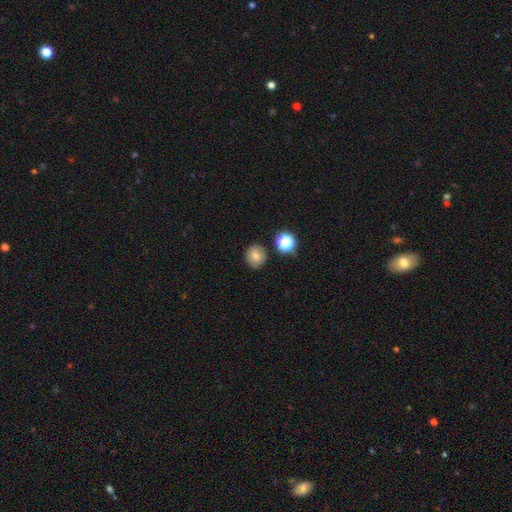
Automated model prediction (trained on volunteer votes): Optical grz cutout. It shows a smooth galaxy with no disk features (76%) that is round (80%). Merging: none (84%).